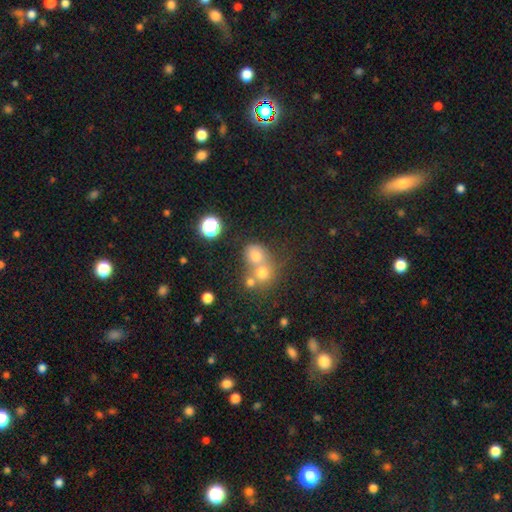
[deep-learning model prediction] Smooth or featured: smooth — 69% (star or artifact — 18%)
How rounded: round — 70% (in between — 29%)
Merging: merger — 50% (none — 36%)